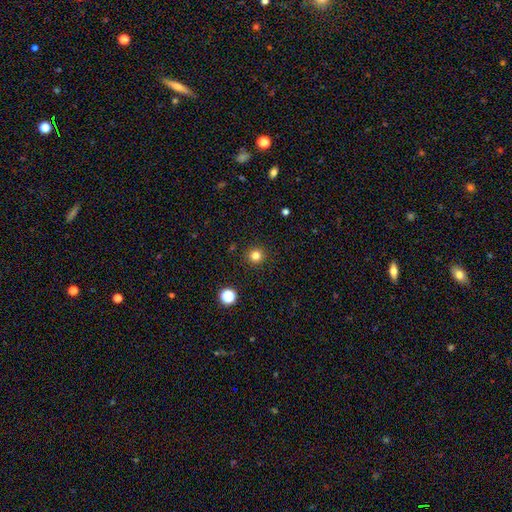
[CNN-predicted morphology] The model was most divided on "smooth or featured": smooth: 81%, star or artifact: 14%, featured or disk: 5%. More confident: how rounded — round (95%); merging — none (92%).